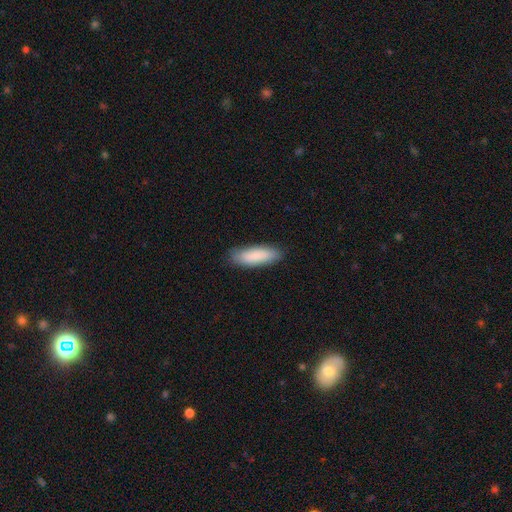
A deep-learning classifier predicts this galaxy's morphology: type=smooth (87%); roundness=in between (50%); merging=none (85%).